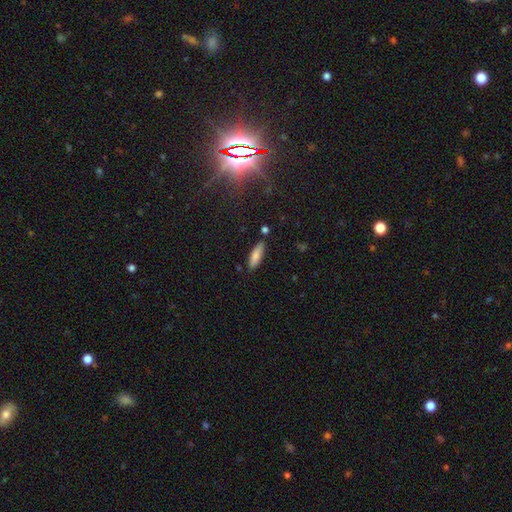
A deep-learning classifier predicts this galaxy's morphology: Smooth or featured? smooth (81%)
How rounded? in between (54%)
Merging? none (82%)